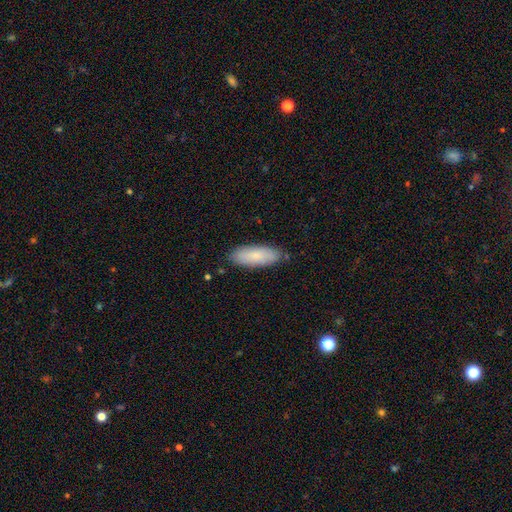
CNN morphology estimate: Smooth or featured: smooth — 81% (featured or disk — 13%)
How rounded: in between — 68% (cigar-shaped — 30%)
Merging: none — 85% (minor disturbance — 12%)